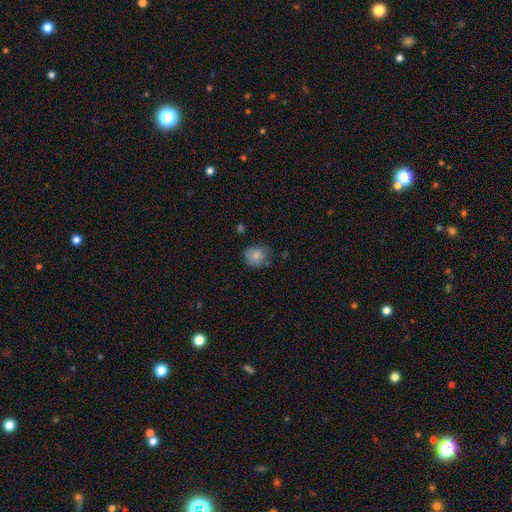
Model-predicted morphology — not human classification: Smooth or featured? Predicted: smooth (p=0.78). How rounded? Predicted: round (p=0.75). Merging? Predicted: none (p=0.62).